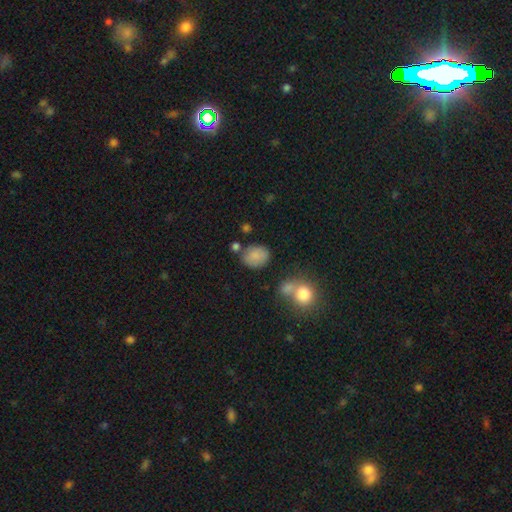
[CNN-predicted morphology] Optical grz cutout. It shows a smooth galaxy with no disk features (82%) that is round (52%). Merging: none (69%).